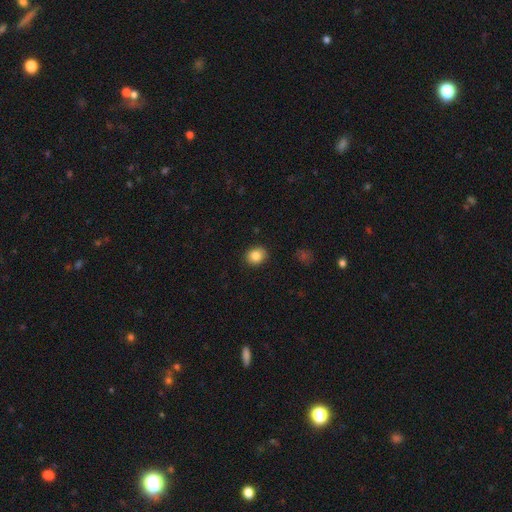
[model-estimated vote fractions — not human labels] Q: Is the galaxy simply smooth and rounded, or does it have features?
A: smooth — 85%.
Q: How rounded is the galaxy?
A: round — 60%.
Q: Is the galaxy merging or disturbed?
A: none — 90%.